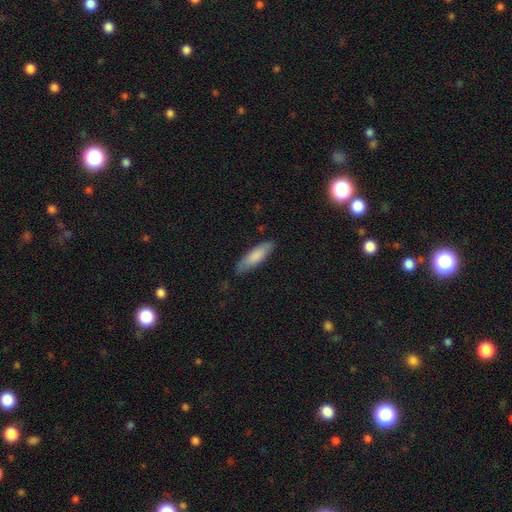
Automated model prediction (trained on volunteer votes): Overall: smooth (81%). How rounded: cigar-shaped (59%; in between 39%). Merging: none (82%).